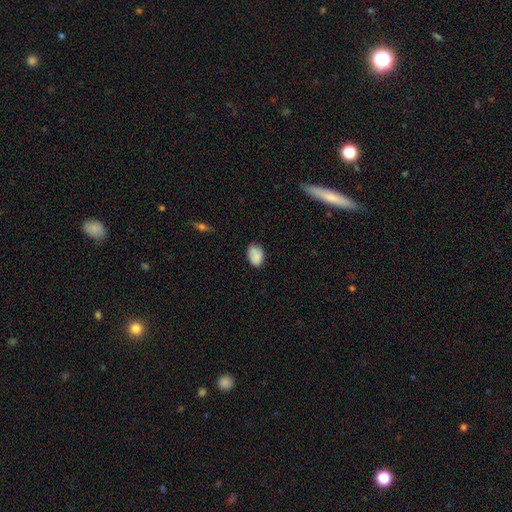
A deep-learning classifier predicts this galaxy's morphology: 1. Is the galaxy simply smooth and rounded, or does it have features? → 85% smooth, 8% star or artifact, 7% featured or disk.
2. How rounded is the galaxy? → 79% in between, 19% round, 1% cigar-shaped.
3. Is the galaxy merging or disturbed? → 68% none, 25% minor disturbance, 4% major disturbance, 3% merger.